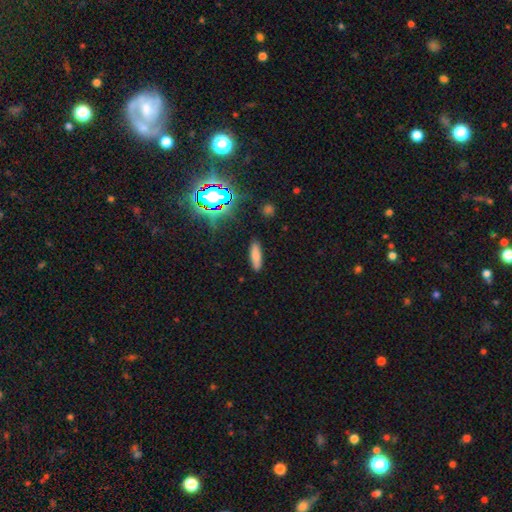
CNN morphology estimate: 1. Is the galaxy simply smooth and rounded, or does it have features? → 78% smooth, 13% star or artifact, 9% featured or disk.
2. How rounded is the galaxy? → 55% cigar-shaped, 43% in between, 2% round.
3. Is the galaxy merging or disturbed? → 88% none, 8% minor disturbance, 2% major disturbance, 1% merger.